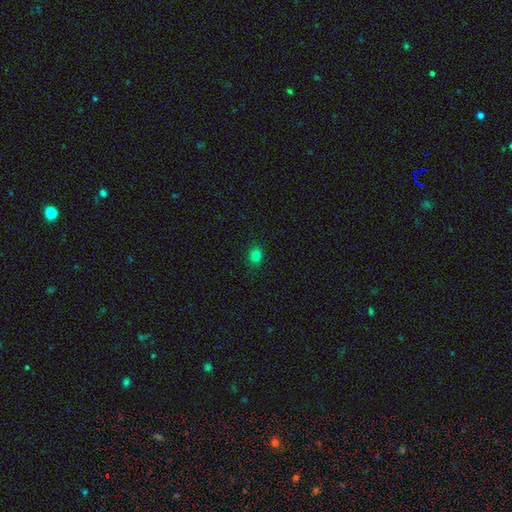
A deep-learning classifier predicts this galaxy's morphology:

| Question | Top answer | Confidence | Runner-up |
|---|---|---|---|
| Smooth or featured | smooth | 80% | star or artifact (15%) |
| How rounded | round | 58% | in between (41%) |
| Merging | none | 89% | minor disturbance (8%) |